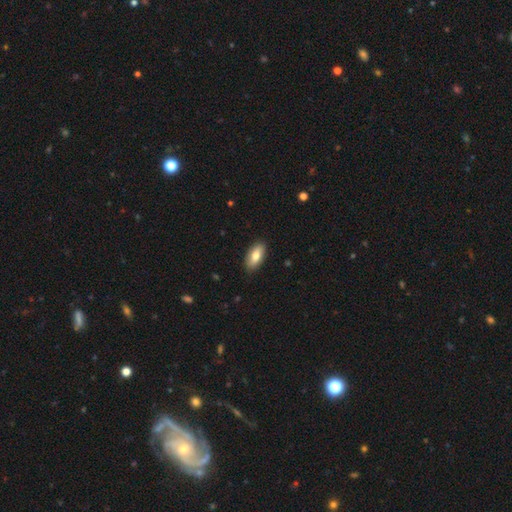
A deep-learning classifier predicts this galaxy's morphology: smooth-or-featured: smooth: 76% | featured or disk: 18% | star or artifact: 6%
  how-rounded: in between: 89% | cigar-shaped: 8% | round: 3%
  merging: none: 88% | minor disturbance: 9% | major disturbance: 2% | merger: 1%